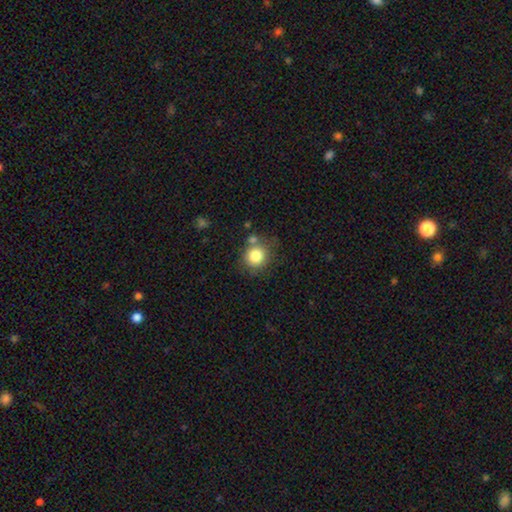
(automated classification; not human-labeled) Smooth or featured? smooth (82%)
How rounded? round (86%)
Merging? none (69%)